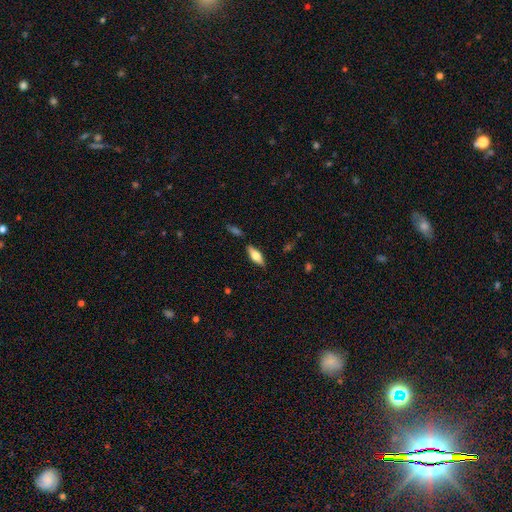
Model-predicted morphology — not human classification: Q: Smooth or featured?
A: smooth (57%); runner-up: featured or disk (36%)
Q: How rounded?
A: in between (69%); runner-up: cigar-shaped (29%)
Q: Merging?
A: none (84%); runner-up: minor disturbance (11%)